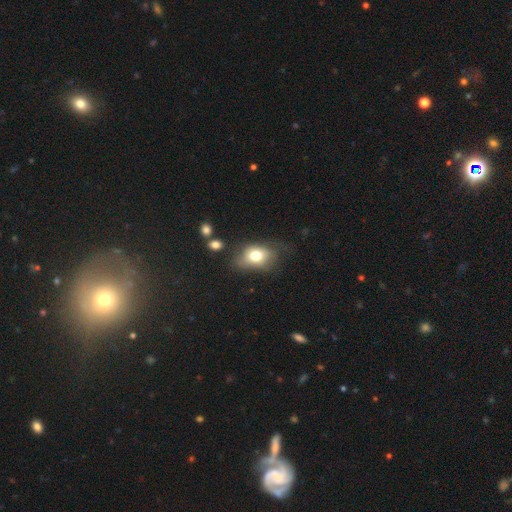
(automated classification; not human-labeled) This appears to be a smooth galaxy with no disk features (75%) that is in between round and cigar-shaped (74%). Merging: none (52%).